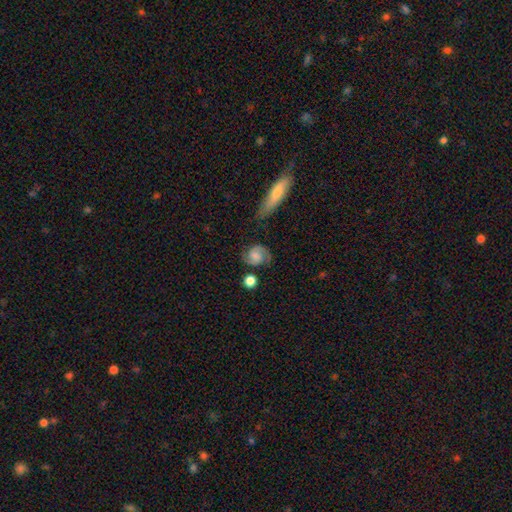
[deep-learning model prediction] Overall: featured or disk (75%). Edge-on disk: no (97%). Bar: no (58%; weak 35%). Spiral arms: yes (96%). Spiral arm count: 2 (92%). Spiral winding: medium (52%; tight 33%). Bulge size: moderate (30%, tied with small). Merging: none (75%).